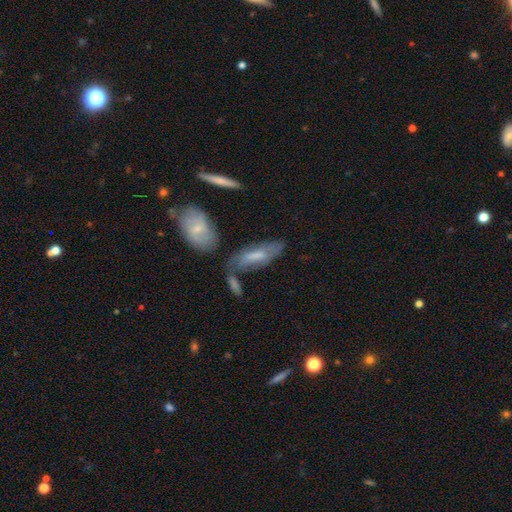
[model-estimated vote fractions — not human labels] Smooth or featured? smooth (53%)
How rounded? in between (54%)
Merging? none (50%)